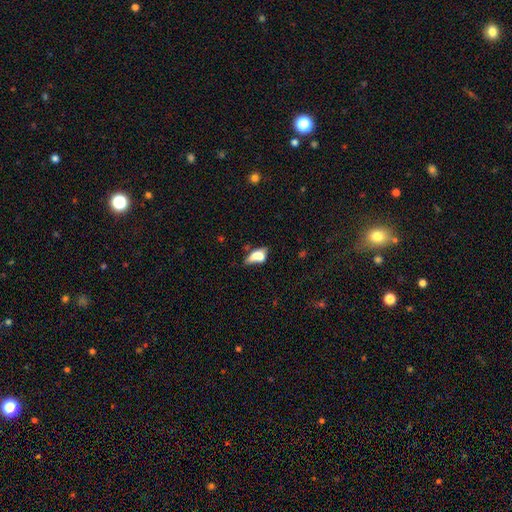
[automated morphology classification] Smooth or featured?
  - smooth: 63% *
  - featured or disk: 27%
  - star or artifact: 11%
How rounded?
  - in between: 73% *
  - cigar-shaped: 17%
  - round: 11%
Merging?
  - merger: 35% *
  - none: 27%
  - minor disturbance: 20%
  - major disturbance: 18%